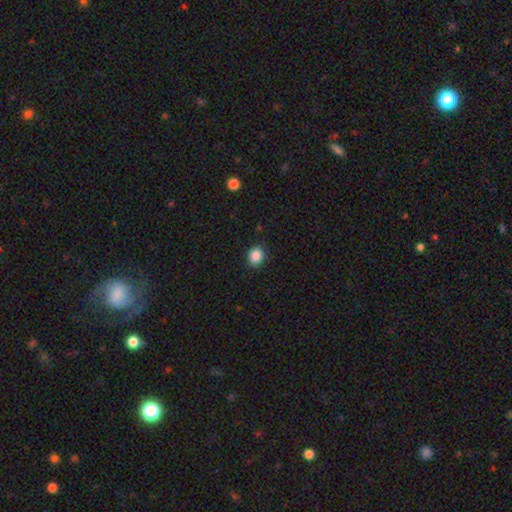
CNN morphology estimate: Smooth or featured?
  - smooth: 88% *
  - star or artifact: 9%
  - featured or disk: 3%
How rounded?
  - round: 71% *
  - in between: 28%
  - cigar-shaped: 1%
Merging?
  - none: 90% *
  - minor disturbance: 7%
  - major disturbance: 2%
  - merger: 1%